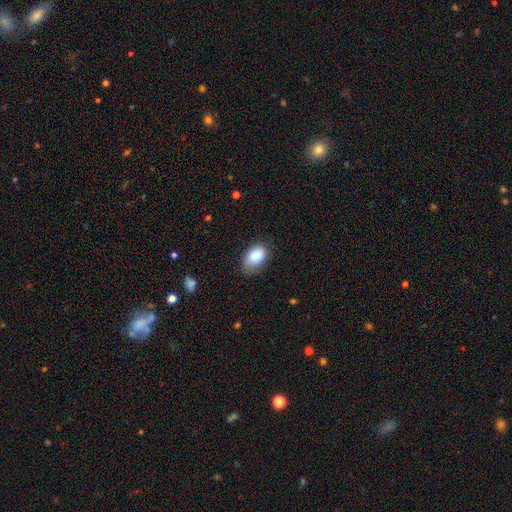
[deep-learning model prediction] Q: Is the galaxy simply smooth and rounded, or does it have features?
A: smooth — 86%.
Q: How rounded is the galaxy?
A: in between — 89%.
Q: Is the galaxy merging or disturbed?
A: none — 67%.